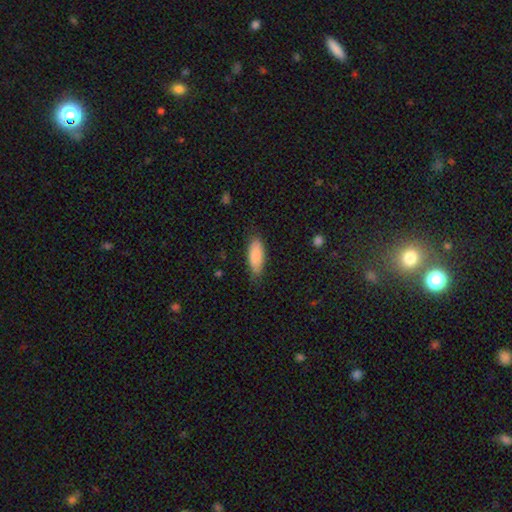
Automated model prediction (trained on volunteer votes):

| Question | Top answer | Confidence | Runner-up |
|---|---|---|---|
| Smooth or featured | smooth | 86% | featured or disk (8%) |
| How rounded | in between | 78% | cigar-shaped (20%) |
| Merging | none | 76% | minor disturbance (19%) |